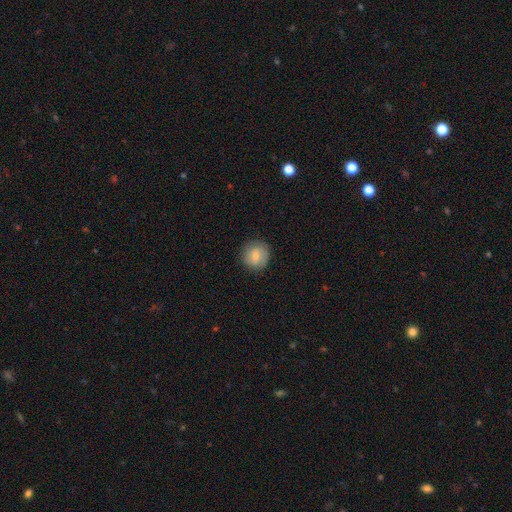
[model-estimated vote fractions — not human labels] This is likely a smooth galaxy (73%). How rounded: clearly round (91%). Merging: clearly none (85%).